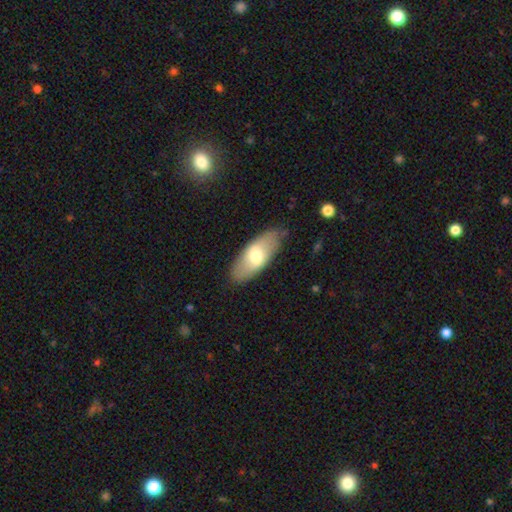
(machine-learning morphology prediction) smooth 62%, featured or disk 33%, star or artifact 6%. Down the decision tree: how rounded — in between (84%); merging — none (80%).